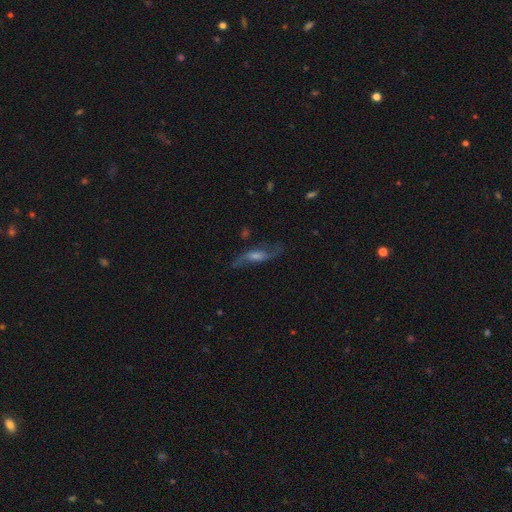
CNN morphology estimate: The model was most divided on "bar": weak: 44%, no: 37%, strong: 19%. Remaining: spiral arms — yes (92%); spiral arm count — 2 (90%); edge-on disk — no (77%); smooth or featured — featured or disk (73%); spiral winding — loose (73%); merging — none (72%); bulge size — moderate (39%).